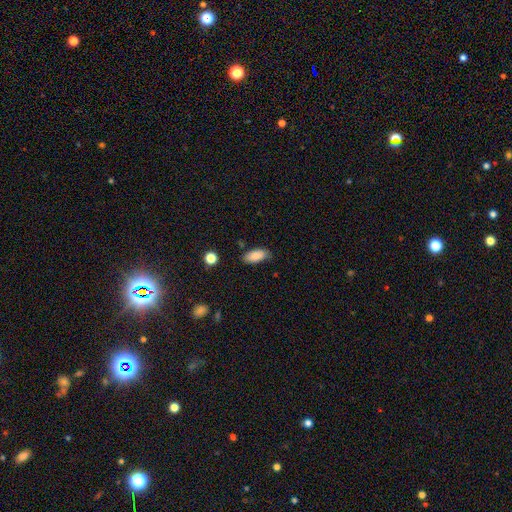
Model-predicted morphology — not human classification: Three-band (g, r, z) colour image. It shows a smooth galaxy with no disk features (88%) that is in between round and cigar-shaped (88%). Merging: none (80%).